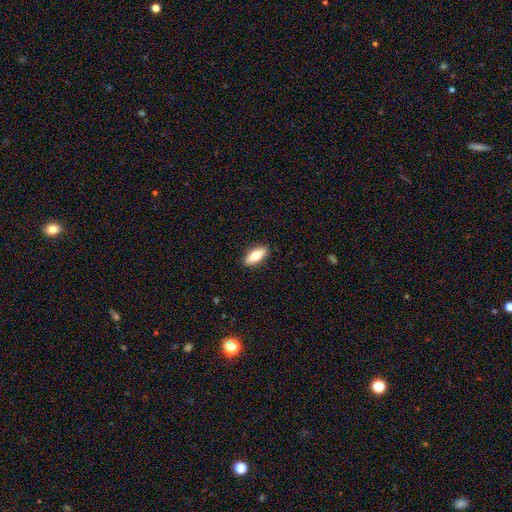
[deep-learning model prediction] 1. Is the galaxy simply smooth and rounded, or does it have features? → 70% smooth, 24% featured or disk, 6% star or artifact.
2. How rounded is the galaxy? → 72% in between, 25% cigar-shaped, 3% round.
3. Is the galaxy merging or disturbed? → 90% none, 8% minor disturbance, 2% major disturbance, 1% merger.